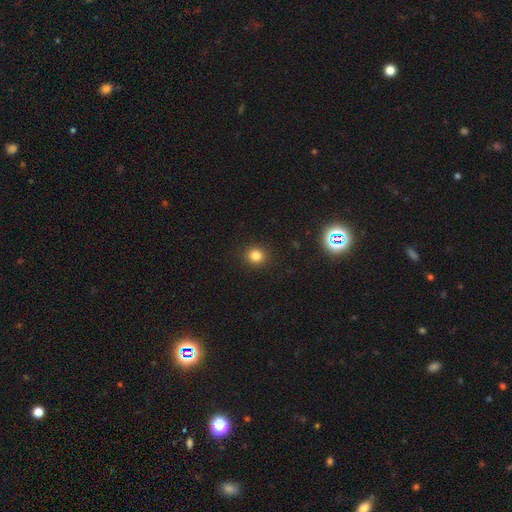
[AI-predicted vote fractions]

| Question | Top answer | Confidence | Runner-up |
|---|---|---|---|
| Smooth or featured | smooth | 82% | star or artifact (13%) |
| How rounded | round | 86% | in between (13%) |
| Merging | none | 91% | minor disturbance (6%) |